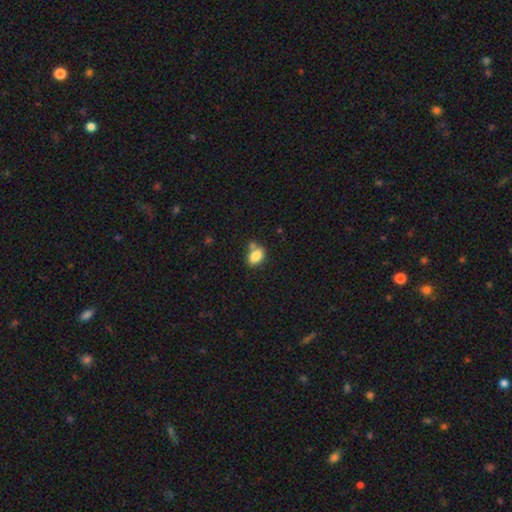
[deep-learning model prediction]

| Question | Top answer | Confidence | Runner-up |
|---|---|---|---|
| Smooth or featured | smooth | 84% | star or artifact (9%) |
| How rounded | in between | 83% | round (16%) |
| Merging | none | 56% | merger (23%) |